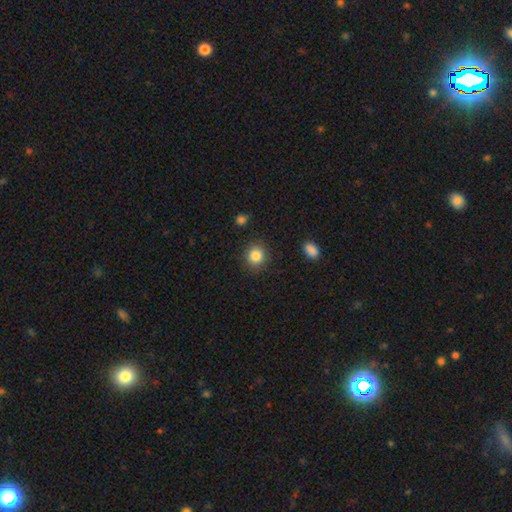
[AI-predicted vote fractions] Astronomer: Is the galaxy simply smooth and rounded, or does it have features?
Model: smooth — 85%.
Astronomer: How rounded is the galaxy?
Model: round — 83%.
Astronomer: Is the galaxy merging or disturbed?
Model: none — 88%.